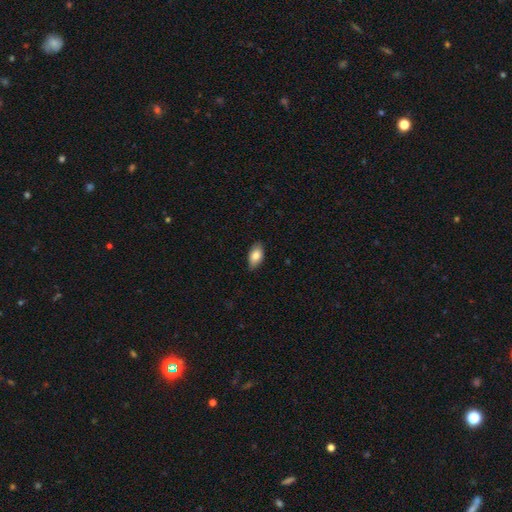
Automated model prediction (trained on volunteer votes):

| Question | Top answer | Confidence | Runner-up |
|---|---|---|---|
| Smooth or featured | smooth | 84% | featured or disk (9%) |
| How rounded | in between | 92% | round (4%) |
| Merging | none | 82% | minor disturbance (14%) |